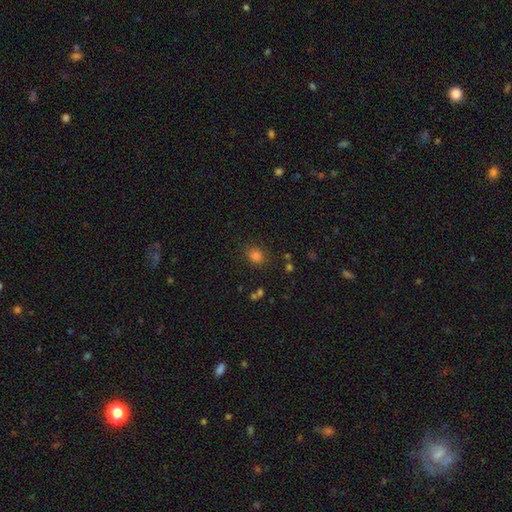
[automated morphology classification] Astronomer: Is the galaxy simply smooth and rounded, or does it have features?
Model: smooth — 77%.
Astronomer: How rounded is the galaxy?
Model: round — 63%.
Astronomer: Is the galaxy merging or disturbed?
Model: none — 84%.